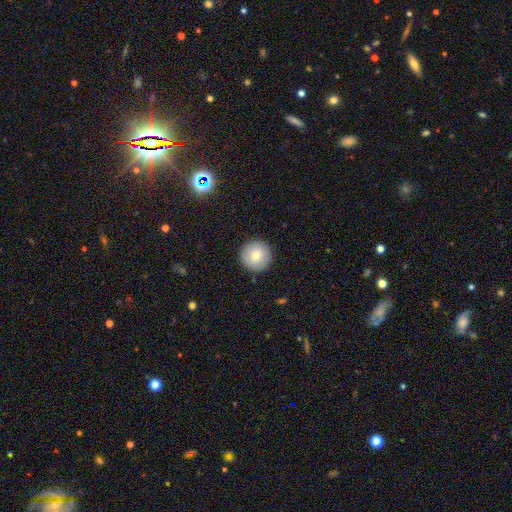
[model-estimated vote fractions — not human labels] The model was most divided on "smooth or featured": smooth: 77%, featured or disk: 14%, star or artifact: 9%. More confident: how rounded — round (96%); merging — none (92%).